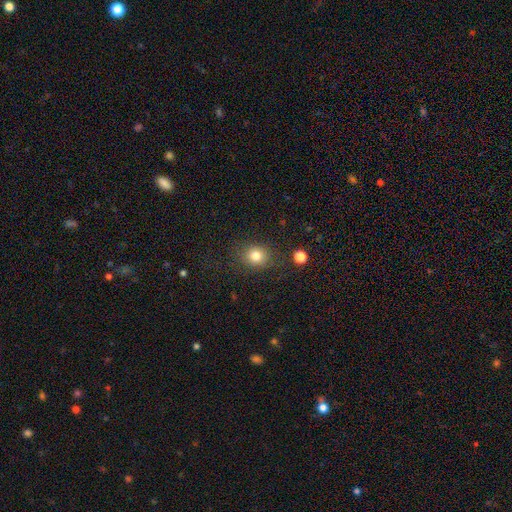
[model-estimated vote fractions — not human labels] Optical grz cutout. It shows a smooth galaxy with no disk features (81%) that is round (73%). Merging: none (83%).